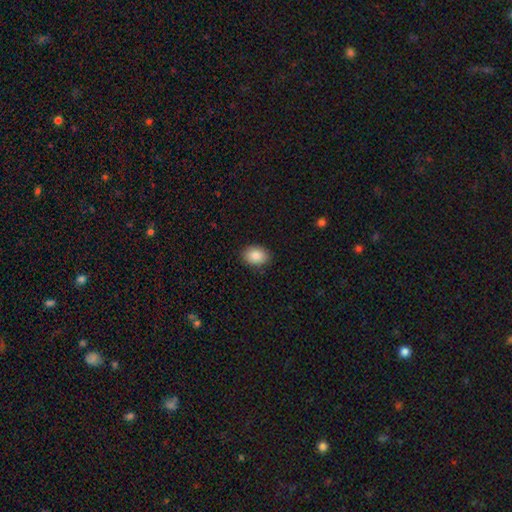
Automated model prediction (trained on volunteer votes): Smooth or featured: smooth — 88% (star or artifact — 7%)
How rounded: in between — 75% (round — 24%)
Merging: none — 88% (minor disturbance — 9%)